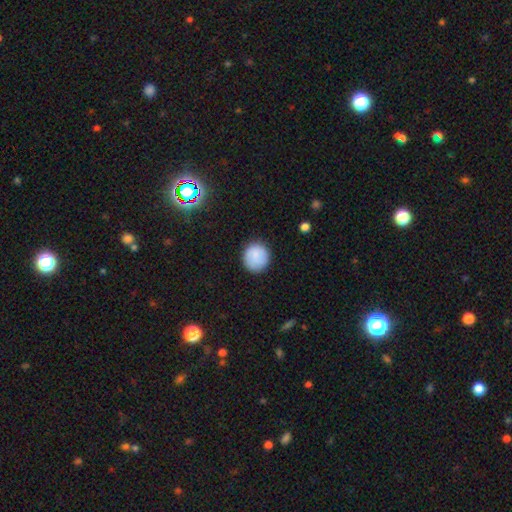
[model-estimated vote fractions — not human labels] Q: Smooth or featured?
A: smooth (86%); runner-up: star or artifact (7%)
Q: How rounded?
A: round (91%); runner-up: in between (8%)
Q: Merging?
A: none (88%); runner-up: minor disturbance (9%)